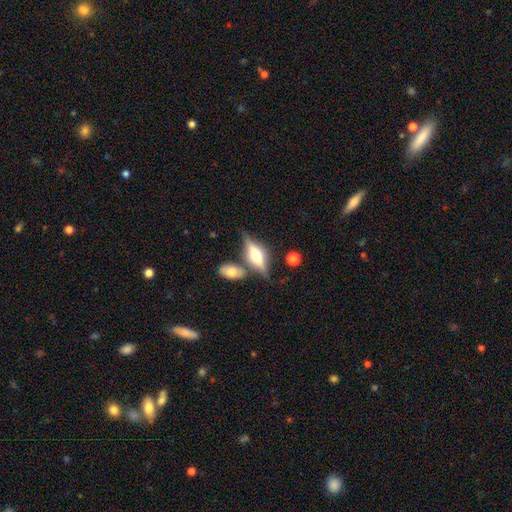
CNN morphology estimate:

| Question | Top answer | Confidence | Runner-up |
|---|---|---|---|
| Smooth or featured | featured or disk | 57% | smooth (35%) |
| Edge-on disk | yes | 91% | no (9%) |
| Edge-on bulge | rounded | 83% | boxy (14%) |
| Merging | none | 64% | merger (17%) |